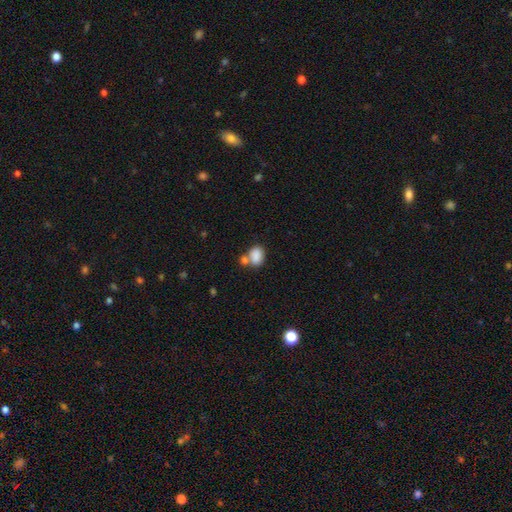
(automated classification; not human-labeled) A smooth galaxy with no disk features (85%) that is in between round and cigar-shaped (72%).

Vote fractions:
- Smooth or featured? smooth: 85% / star or artifact: 9% / featured or disk: 6%
- How rounded? in between: 72% / round: 26% / cigar-shaped: 1%
- Merging? none: 48% / merger: 35% / minor disturbance: 12% / major disturbance: 5%